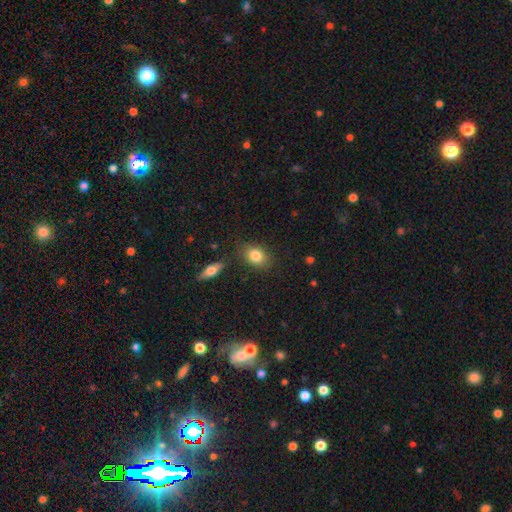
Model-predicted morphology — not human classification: smooth_or_featured: smooth (p=0.82) [alt: featured or disk p=0.10]
how_rounded: in between (p=0.66) [alt: round p=0.32]
merging: none (p=0.79) [alt: minor disturbance p=0.13]